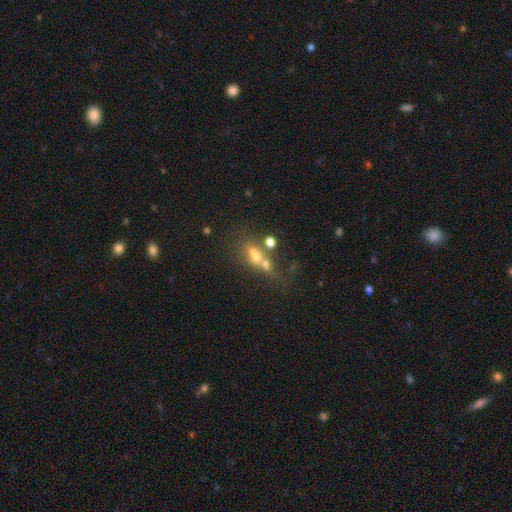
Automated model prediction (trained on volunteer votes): Q: Smooth or featured?
A: smooth (44%); runner-up: featured or disk (34%)
Q: Merging?
A: merger (46%); runner-up: none (31%)